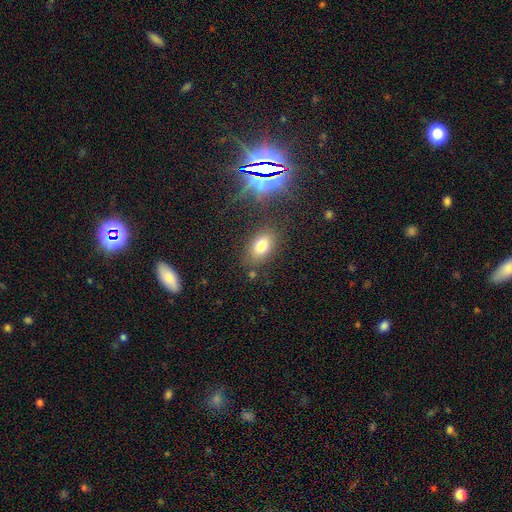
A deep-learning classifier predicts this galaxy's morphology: smooth_or_featured: smooth (p=0.64) [alt: star or artifact p=0.25]
how_rounded: in between (p=0.85) [alt: round p=0.12]
merging: none (p=0.83) [alt: minor disturbance p=0.10]